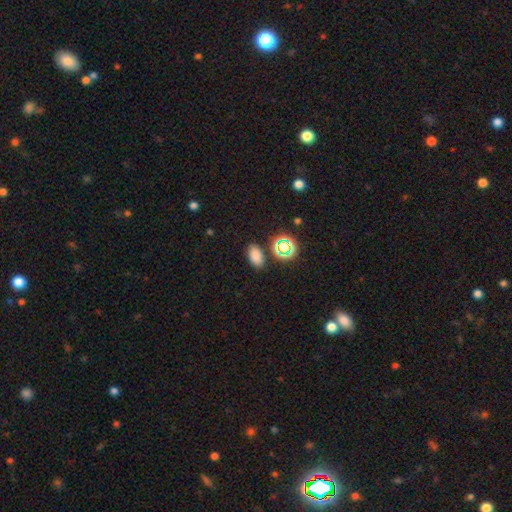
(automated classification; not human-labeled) Morphology: type=smooth (76%); roundness=in between (87%); merging=none (83%).